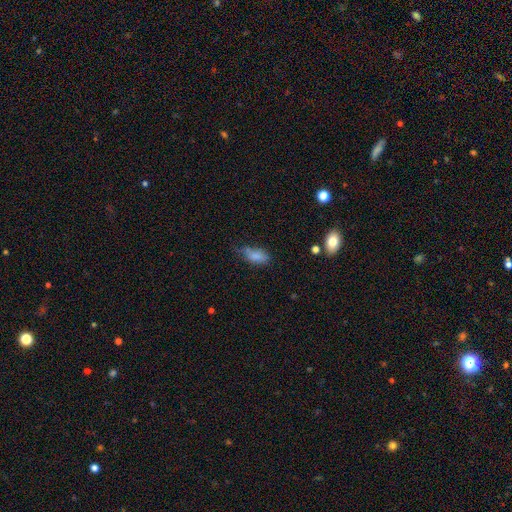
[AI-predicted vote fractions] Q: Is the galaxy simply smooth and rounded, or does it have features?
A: smooth — 79%.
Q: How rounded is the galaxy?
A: in between — 86%.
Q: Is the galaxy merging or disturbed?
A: none — 45%.